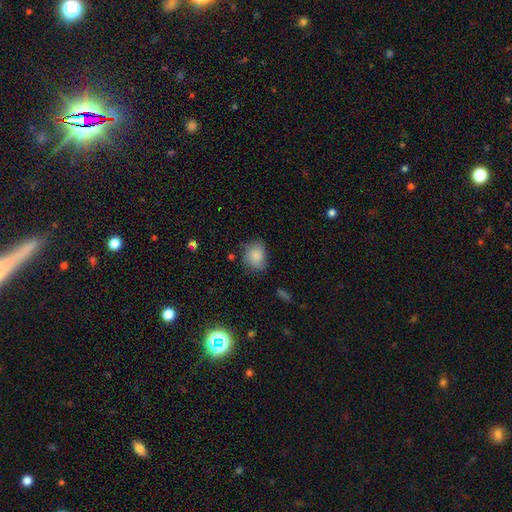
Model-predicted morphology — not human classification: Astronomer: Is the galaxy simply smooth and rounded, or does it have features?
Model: smooth — 83%.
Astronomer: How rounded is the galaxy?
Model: round — 55% (runner-up: in between, 44%).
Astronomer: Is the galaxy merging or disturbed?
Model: none — 63%.